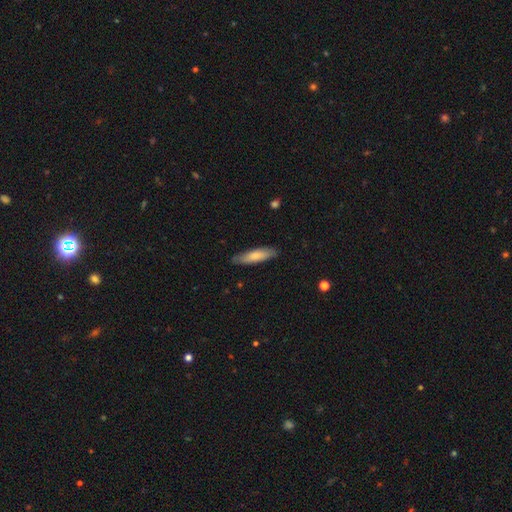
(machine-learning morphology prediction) Smooth or featured?
  - smooth: 74% *
  - featured or disk: 21%
  - star or artifact: 5%
How rounded?
  - cigar-shaped: 70% *
  - in between: 29%
  - round: 1%
Merging?
  - none: 86% *
  - minor disturbance: 11%
  - major disturbance: 2%
  - merger: 1%